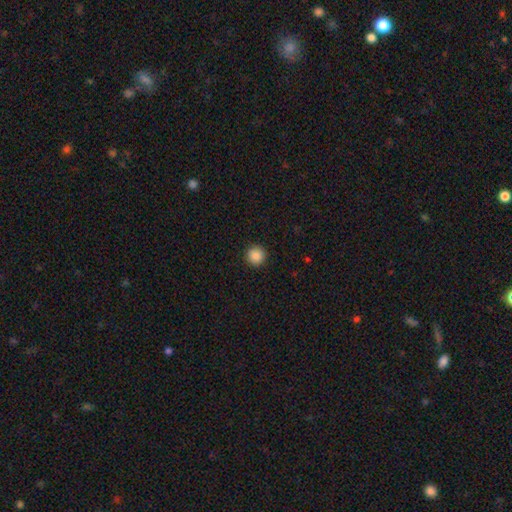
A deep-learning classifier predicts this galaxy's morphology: Smooth or featured? smooth (88%)
How rounded? round (96%)
Merging? none (93%)